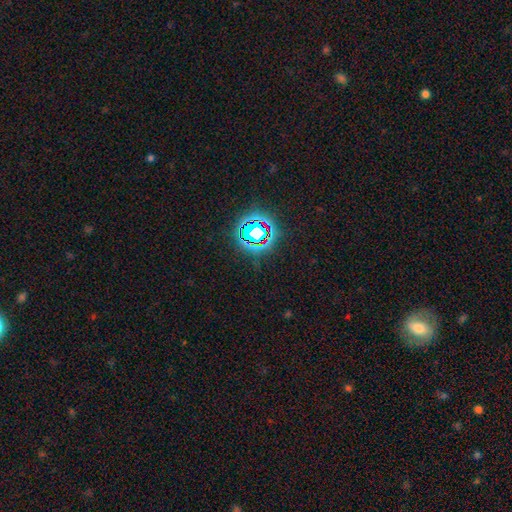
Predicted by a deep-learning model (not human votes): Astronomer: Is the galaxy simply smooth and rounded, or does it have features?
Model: star or artifact — 79%.